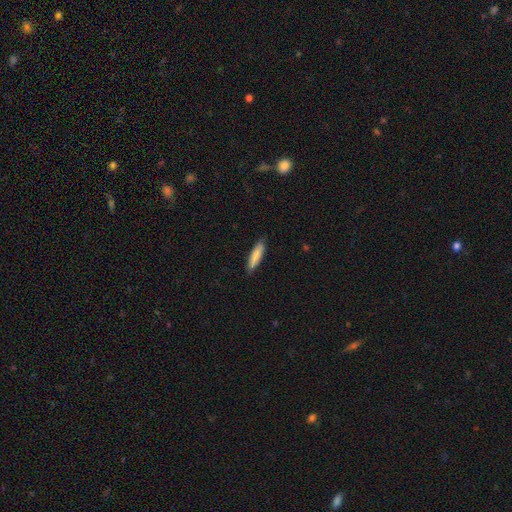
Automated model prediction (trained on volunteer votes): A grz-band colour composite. It shows a smooth galaxy with no disk features (82%) that is cigar-shaped (76%). Merging: none (87%).